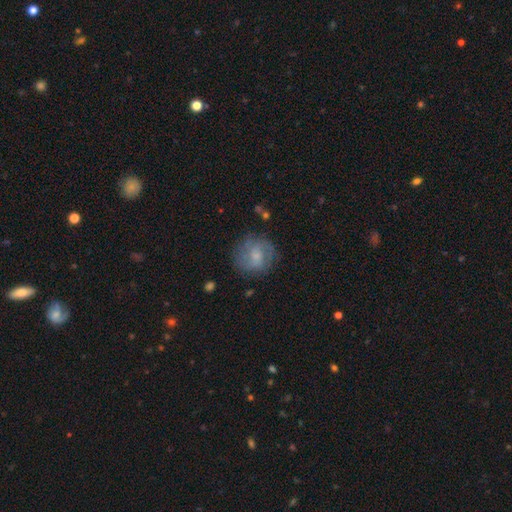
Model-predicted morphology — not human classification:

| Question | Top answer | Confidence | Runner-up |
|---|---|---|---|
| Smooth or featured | featured or disk | 48% | smooth (43%) |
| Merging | none | 74% | minor disturbance (16%) |